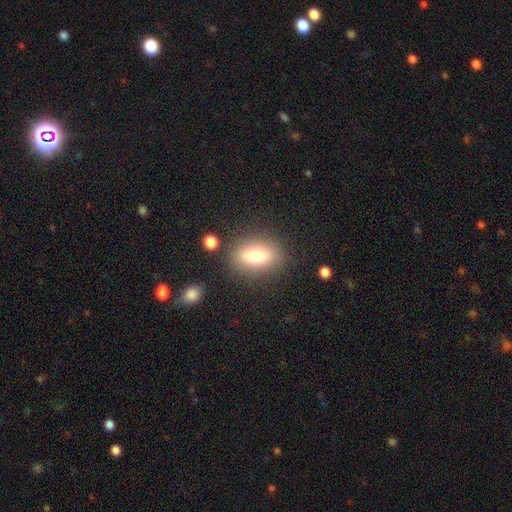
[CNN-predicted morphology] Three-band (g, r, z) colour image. It shows a smooth galaxy with no disk features (74%) that is in between round and cigar-shaped (76%). Merging: none (83%).